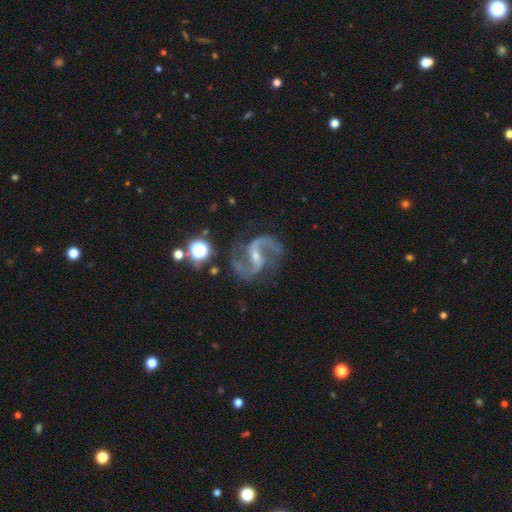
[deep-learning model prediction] A featured or disk galaxy (93%) with a weak bar (42%), 2 (94%) medium (56%) spiral arms (98%) and a small central bulge (67%).

Vote fractions:
- Smooth or featured? featured or disk: 93% / star or artifact: 5% / smooth: 2%
- Edge-on disk? no: 98% / yes: 2%
- Bar? weak: 42% / strong: 40% / no: 18%
- Spiral arms? yes: 98% / no: 2%
- Spiral winding? medium: 56% / loose: 34% / tight: 10%
- Spiral arm count? 2: 94% / can't tell: 1% / 3: 1% / 1: 1% / 4: 1% / more than 4: 1%
- Bulge size? small: 67% / moderate: 26% / none: 5% / large: 1% / dominant: 1%
- Merging? none: 80% / minor disturbance: 13% / major disturbance: 5% / merger: 2%